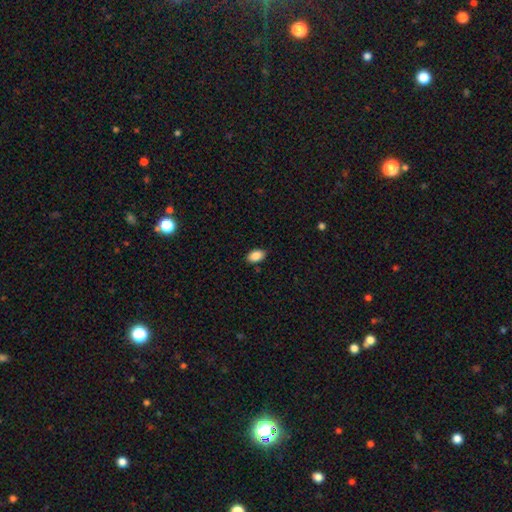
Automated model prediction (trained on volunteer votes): Smooth or featured? Predicted: smooth (p=0.88). How rounded? Predicted: in between (p=0.91). Merging? Predicted: none (p=0.87).